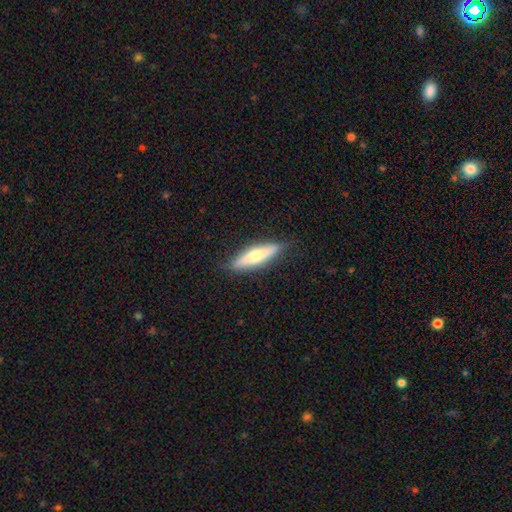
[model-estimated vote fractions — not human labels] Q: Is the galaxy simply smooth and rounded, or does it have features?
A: smooth — 55%.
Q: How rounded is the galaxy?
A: cigar-shaped — 74%.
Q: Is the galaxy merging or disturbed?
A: none — 86%.